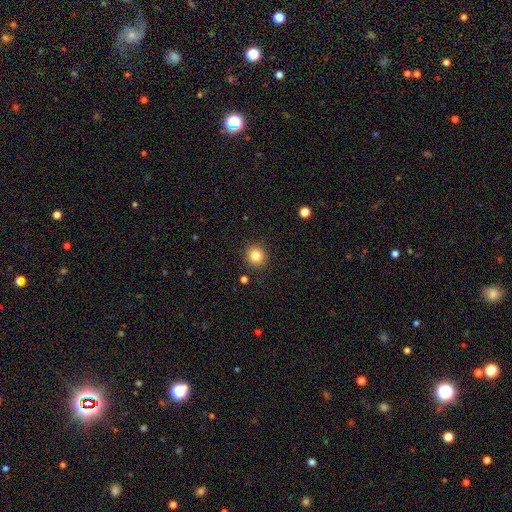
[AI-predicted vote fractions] Overall: smooth (82%). How rounded: round (91%). Merging: none (91%).